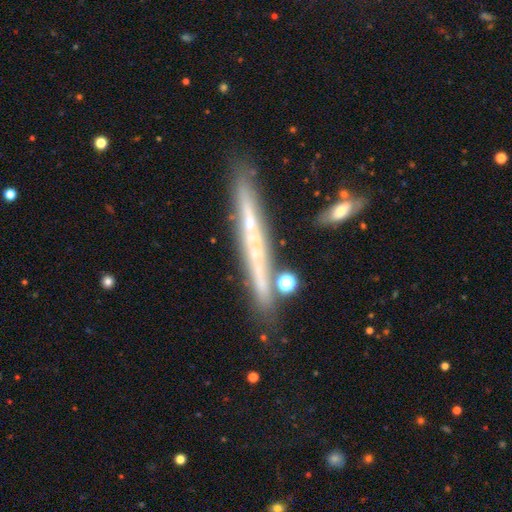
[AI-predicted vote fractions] Smooth or featured: featured or disk — 56% (smooth — 32%)
Edge-on disk: yes — 90% (no — 10%)
Edge-on bulge: none — 68% (rounded — 23%)
Merging: none — 75% (minor disturbance — 12%)